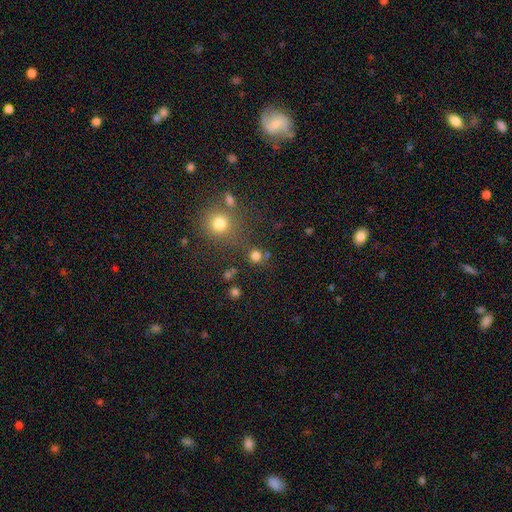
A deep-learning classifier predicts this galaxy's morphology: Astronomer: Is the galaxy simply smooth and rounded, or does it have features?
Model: smooth — 77%.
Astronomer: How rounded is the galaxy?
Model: round — 90%.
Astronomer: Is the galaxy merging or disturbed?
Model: none — 73%.